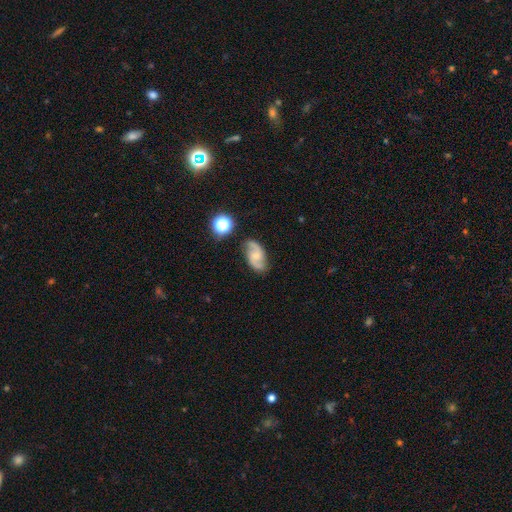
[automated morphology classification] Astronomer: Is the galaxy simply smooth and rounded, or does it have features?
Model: featured or disk — 77%.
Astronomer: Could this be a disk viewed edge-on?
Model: no — 97%.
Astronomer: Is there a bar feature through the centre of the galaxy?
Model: no — 55% (runner-up: weak, 38%).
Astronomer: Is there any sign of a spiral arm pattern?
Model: yes — 95%.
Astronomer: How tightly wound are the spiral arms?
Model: medium — 45% (runner-up: loose, 40%).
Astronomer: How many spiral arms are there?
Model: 2 — 91%.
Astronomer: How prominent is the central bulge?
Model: small — 53% (runner-up: moderate, 37%).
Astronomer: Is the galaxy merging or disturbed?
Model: none — 79%.